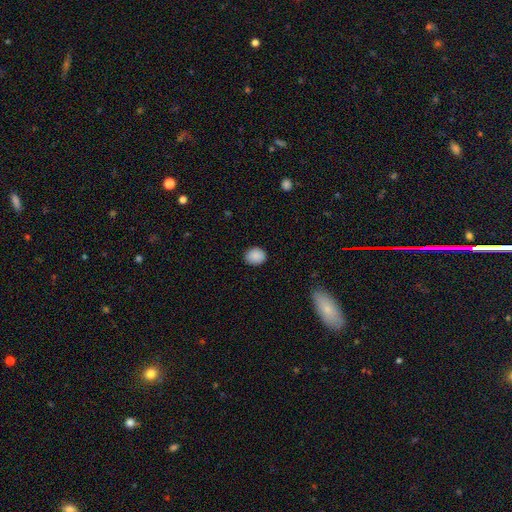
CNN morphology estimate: Overall: smooth (89%). How rounded: round (58%; in between 41%). Merging: none (88%).